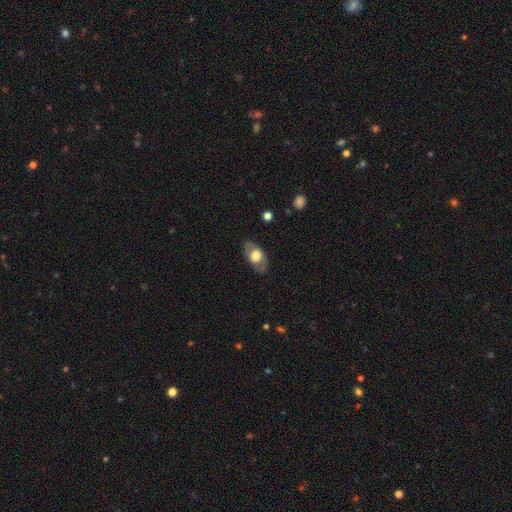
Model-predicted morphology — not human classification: smooth_or_featured: smooth (p=0.54) [alt: featured or disk p=0.39]
how_rounded: in between (p=0.86) [alt: round p=0.10]
merging: none (p=0.81) [alt: minor disturbance p=0.14]